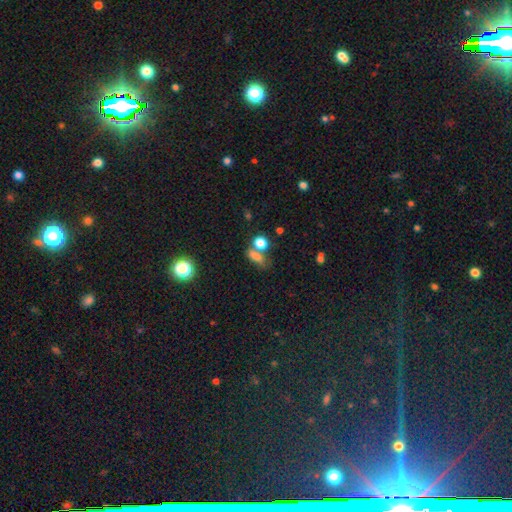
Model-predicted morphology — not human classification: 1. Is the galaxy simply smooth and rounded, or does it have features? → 72% smooth, 18% star or artifact, 10% featured or disk.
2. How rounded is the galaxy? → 66% in between, 23% round, 12% cigar-shaped.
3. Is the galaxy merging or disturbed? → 44% none, 33% merger, 14% minor disturbance, 9% major disturbance.